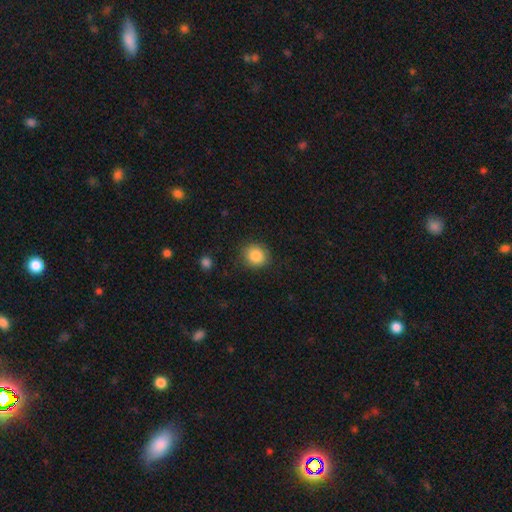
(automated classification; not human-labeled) A smooth galaxy with no disk features (86%) that is round (85%). Merging: none (86%).